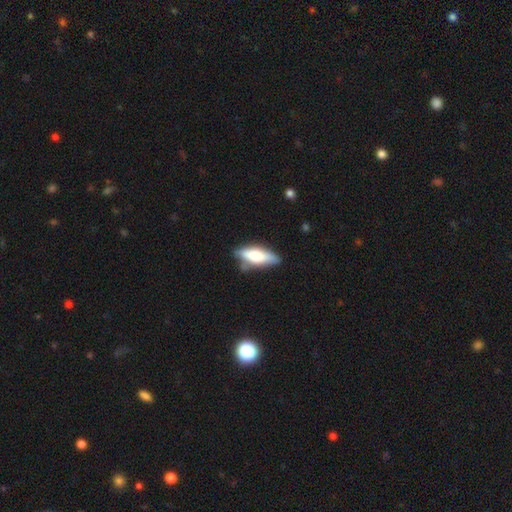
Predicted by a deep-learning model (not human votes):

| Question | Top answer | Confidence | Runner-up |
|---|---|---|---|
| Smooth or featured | smooth | 56% | featured or disk (38%) |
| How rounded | in between | 56% | cigar-shaped (42%) |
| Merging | none | 67% | minor disturbance (22%) |